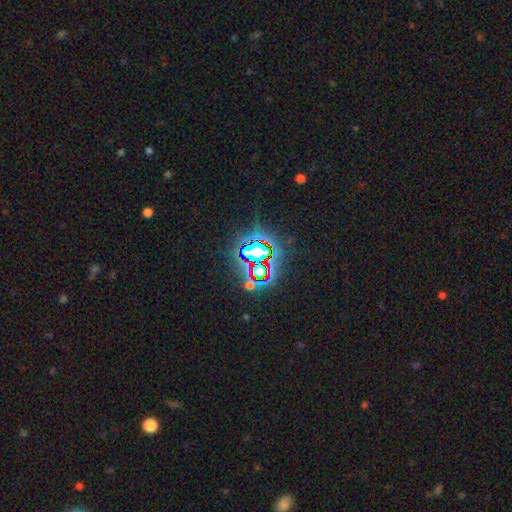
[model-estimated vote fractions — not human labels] The model was most divided on "smooth or featured": star or artifact: 81%, smooth: 10%, featured or disk: 9%.